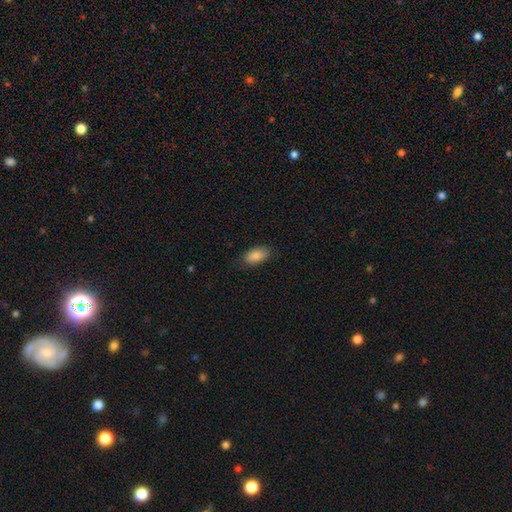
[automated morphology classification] Smooth or featured? smooth (87%)
How rounded? in between (93%)
Merging? none (80%)